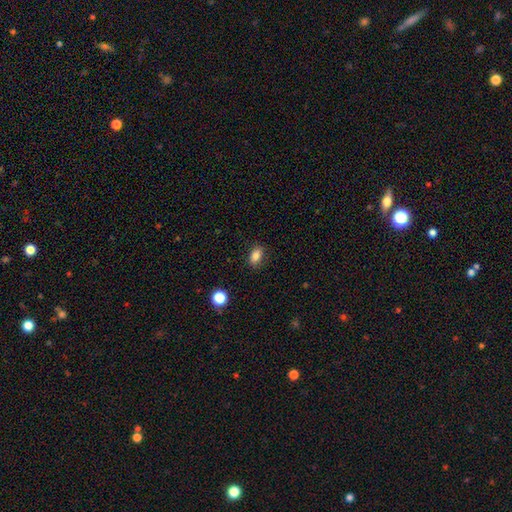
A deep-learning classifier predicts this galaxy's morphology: The model was most divided on "how rounded": in between: 84%, round: 13%, cigar-shaped: 3%. More confident: merging — none (86%); smooth or featured — smooth (84%).